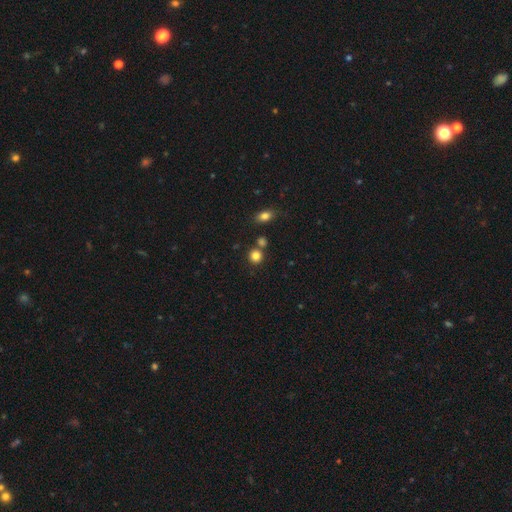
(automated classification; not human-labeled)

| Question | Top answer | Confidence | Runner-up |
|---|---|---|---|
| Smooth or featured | smooth | 84% | star or artifact (12%) |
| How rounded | round | 88% | in between (11%) |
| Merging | none | 74% | merger (14%) |